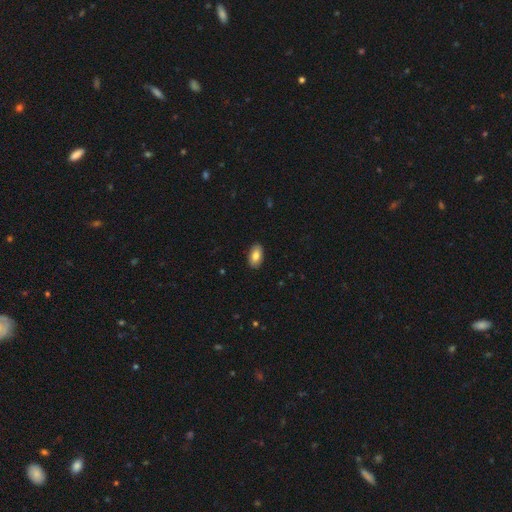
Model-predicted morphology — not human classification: Smooth or featured? Predicted: smooth (p=0.81). How rounded? Predicted: in between (p=0.94). Merging? Predicted: none (p=0.89).